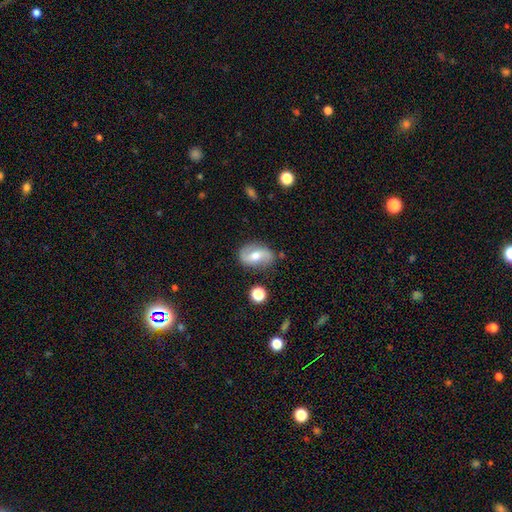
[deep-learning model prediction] The model was most divided on "bar": weak: 42%, no: 38%, strong: 20%. More confident: edge-on disk — no (95%); spiral arm count — 2 (89%); spiral arms — yes (85%); merging — none (78%); bulge size — moderate (70%); smooth or featured — featured or disk (62%); spiral winding — loose (56%).